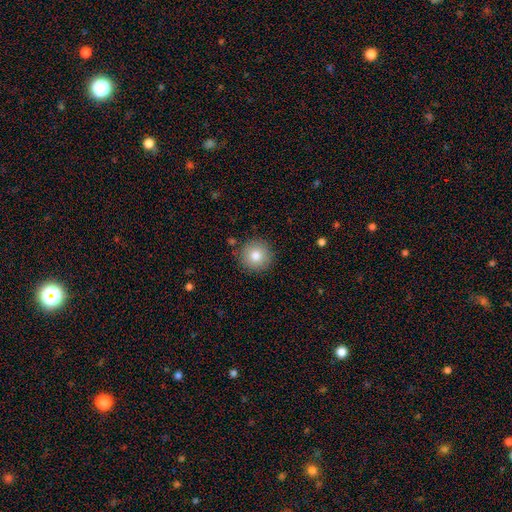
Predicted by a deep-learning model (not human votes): The model was most divided on "smooth or featured": smooth: 80%, featured or disk: 10%, star or artifact: 10%. More confident: how rounded — round (95%); merging — none (88%).